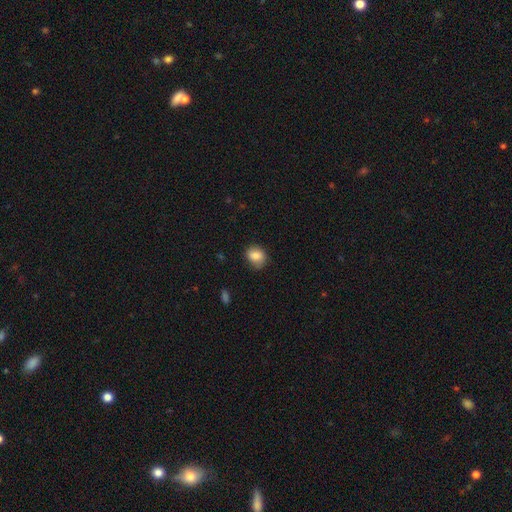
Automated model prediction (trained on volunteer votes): Overall: smooth (84%). How rounded: round (52%; in between 47%). Merging: none (74%).